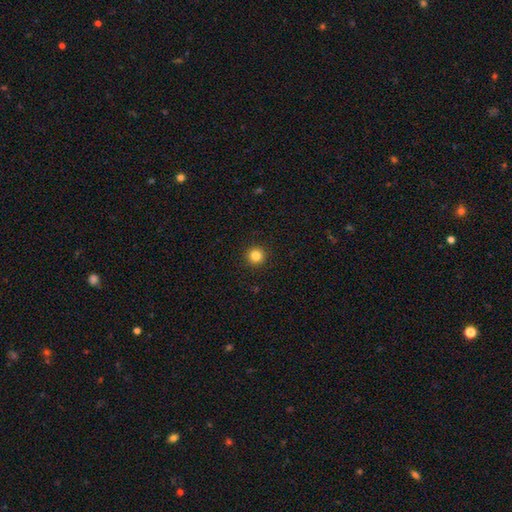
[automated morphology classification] This appears to be a smooth galaxy with no disk features (84%) that is round (95%). Merging: none (93%).